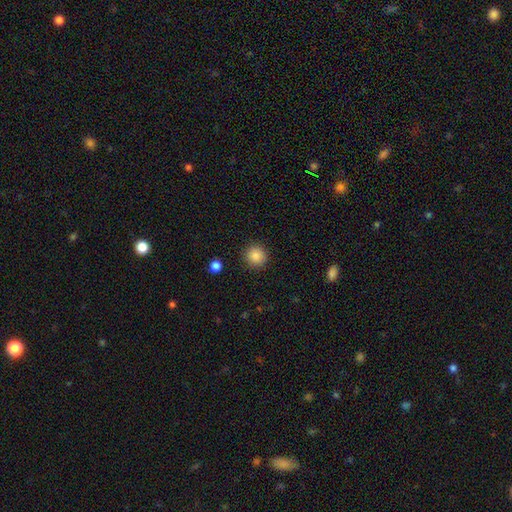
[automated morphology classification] Q: Smooth or featured?
A: smooth (86%); runner-up: star or artifact (10%)
Q: How rounded?
A: round (94%); runner-up: in between (5%)
Q: Merging?
A: none (91%); runner-up: minor disturbance (6%)